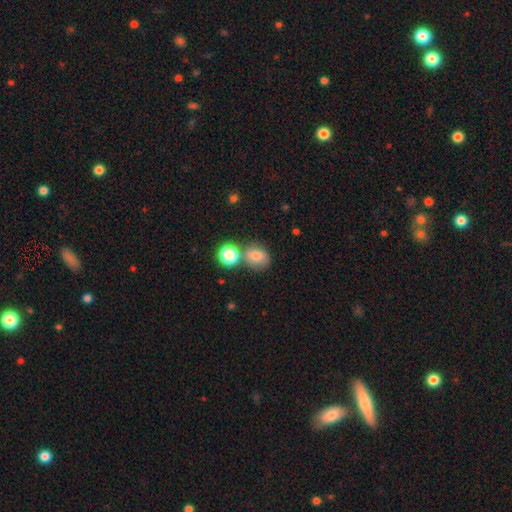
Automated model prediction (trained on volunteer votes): This is likely a smooth galaxy (73%). How rounded: likely round (62%). Merging: possibly none (56%).